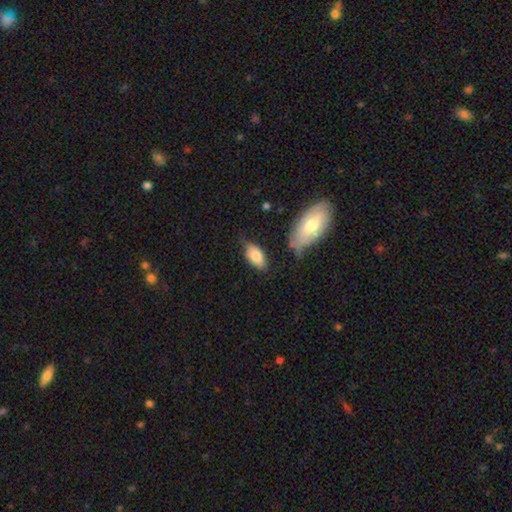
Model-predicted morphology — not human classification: A smooth galaxy with no disk features (77%) that is in between round and cigar-shaped (89%). Merging: none (57%).